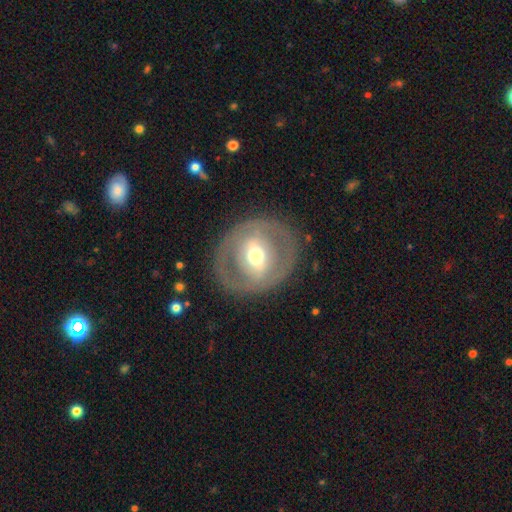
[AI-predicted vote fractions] A featured or disk galaxy (61%) with a strong bar (36%), no spiral arms (82%) and a moderate central bulge (65%). Merging: none (82%).